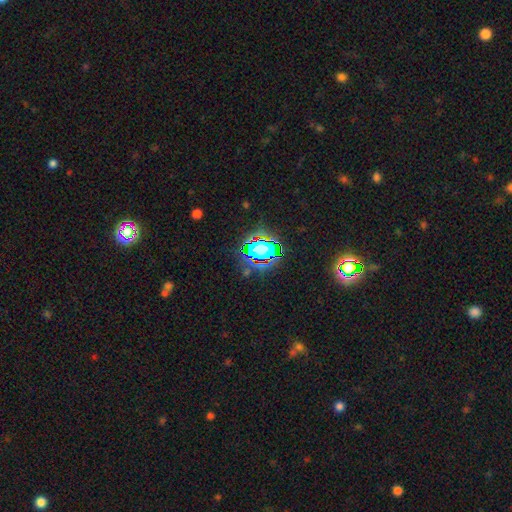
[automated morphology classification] A star or artifact, not a galaxy (80%).